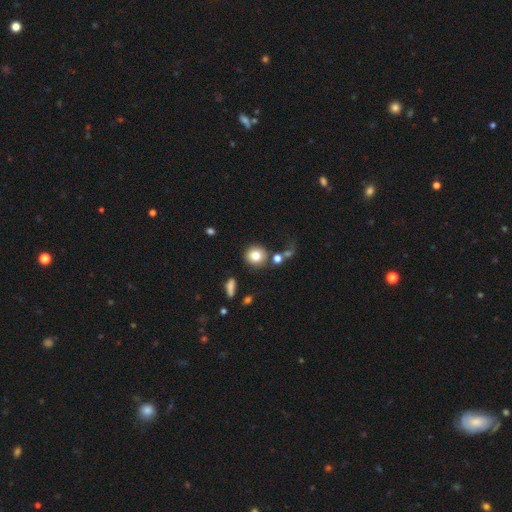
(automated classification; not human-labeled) smooth 80%, star or artifact 10%, featured or disk 10%. Down the decision tree: how rounded — round (89%); merging — none (74%).